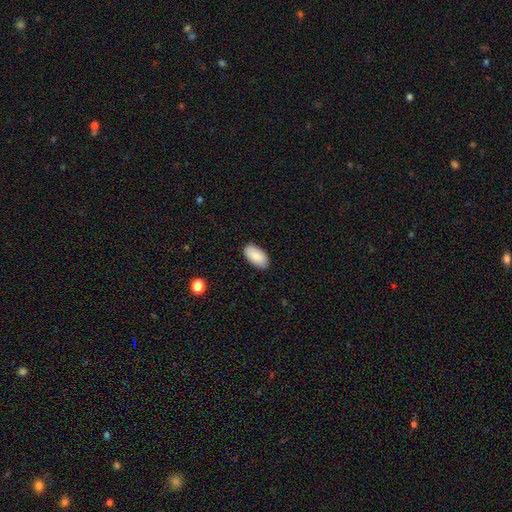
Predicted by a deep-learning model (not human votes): Morphology: type=smooth (88%); roundness=in between (96%); merging=none (86%).